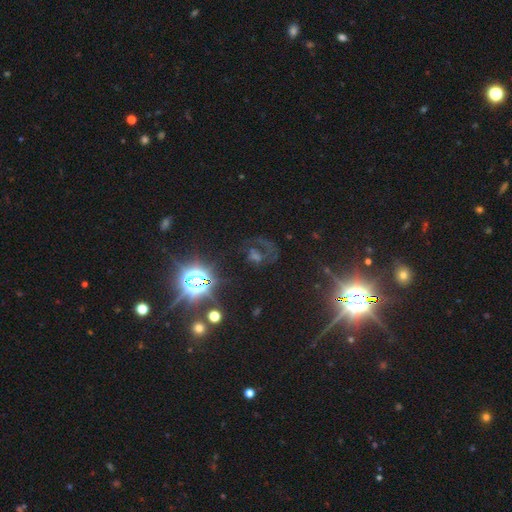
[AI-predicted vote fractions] Smooth or featured? Predicted: star or artifact (p=0.56).